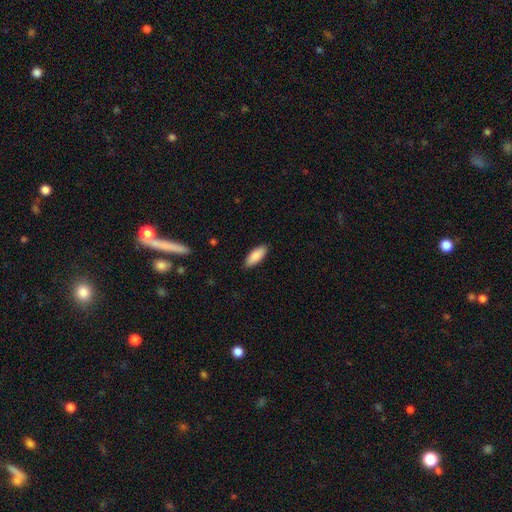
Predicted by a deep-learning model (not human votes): Smooth or featured? smooth (88%)
How rounded? in between (76%)
Merging? none (88%)